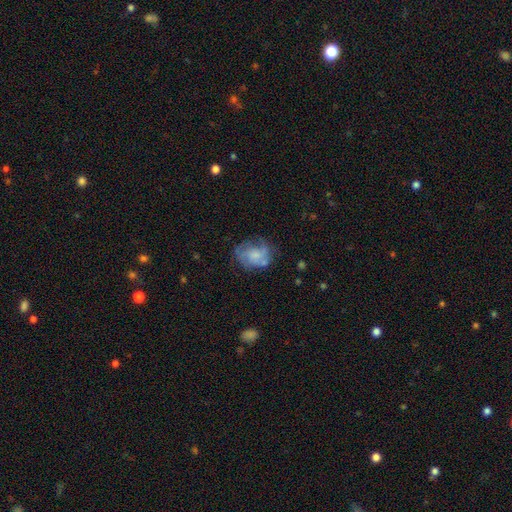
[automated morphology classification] Smooth or featured?
  - featured or disk: 48% *
  - smooth: 43%
  - star or artifact: 9%
Merging?
  - none: 51% *
  - minor disturbance: 26%
  - major disturbance: 18%
  - merger: 6%